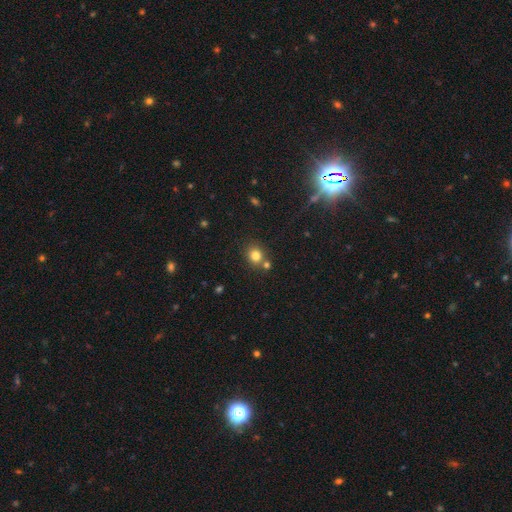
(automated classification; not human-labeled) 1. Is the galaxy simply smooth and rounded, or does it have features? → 80% smooth, 13% star or artifact, 7% featured or disk.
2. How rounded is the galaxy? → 78% round, 21% in between, 1% cigar-shaped.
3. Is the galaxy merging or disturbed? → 68% none, 20% merger, 9% minor disturbance, 3% major disturbance.